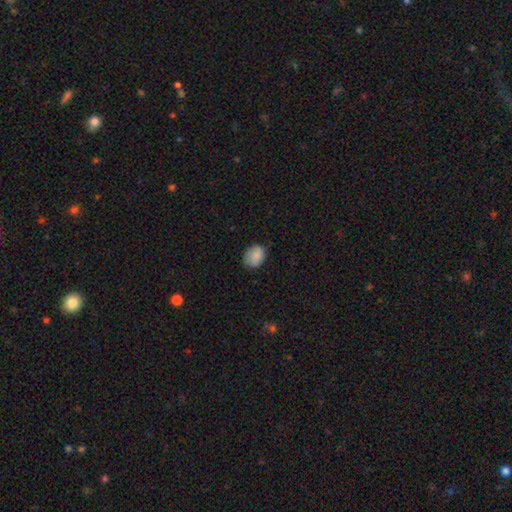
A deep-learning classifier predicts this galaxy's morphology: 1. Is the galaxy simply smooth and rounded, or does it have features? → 86% smooth, 8% star or artifact, 6% featured or disk.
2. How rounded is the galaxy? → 54% in between, 45% round, 1% cigar-shaped.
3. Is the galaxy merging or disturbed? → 77% none, 18% minor disturbance, 3% major disturbance, 1% merger.